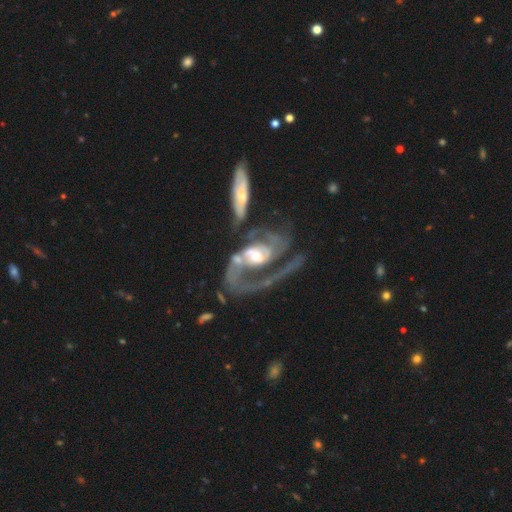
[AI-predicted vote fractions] The model was most divided on "merging": major disturbance: 37%, merger: 36%, none: 17%, minor disturbance: 9%. Remaining: edge-on disk — no (96%); spiral arms — yes (90%); smooth or featured — featured or disk (87%); bulge size — moderate (60%); bar — no (51%); spiral arm count — 2 (42%); spiral winding — medium (41%).